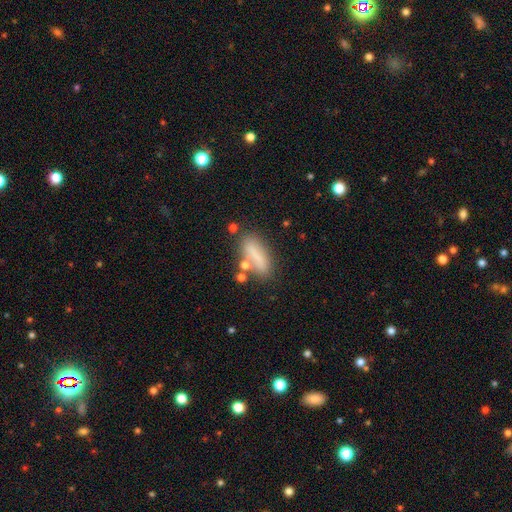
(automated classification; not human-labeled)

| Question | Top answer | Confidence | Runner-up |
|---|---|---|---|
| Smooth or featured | smooth | 71% | featured or disk (19%) |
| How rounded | in between | 51% | cigar-shaped (45%) |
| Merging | none | 62% | minor disturbance (18%) |